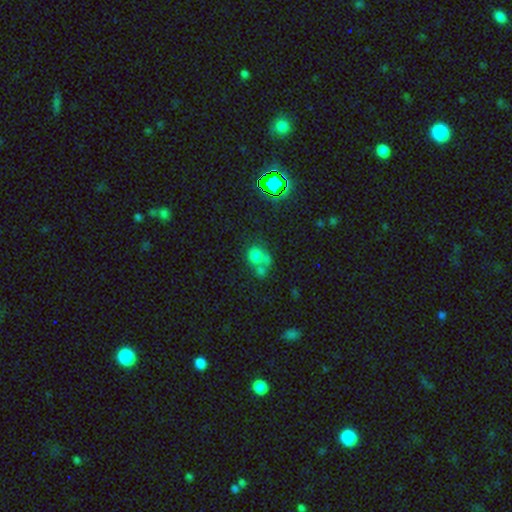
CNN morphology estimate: Smooth or featured? smooth (68%)
How rounded? round (74%)
Merging? merger (44%)